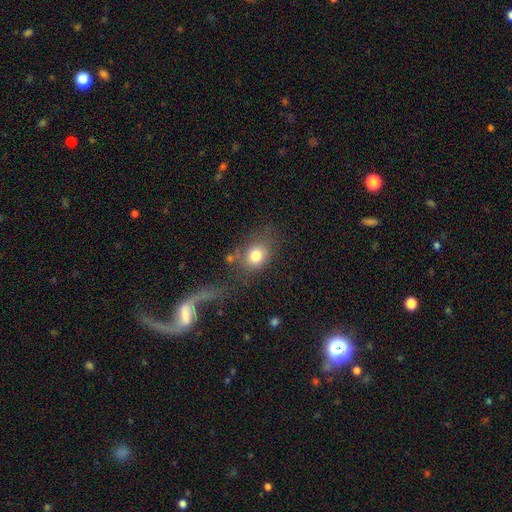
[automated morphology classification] type=smooth (79%); roundness=round (53%); merging=none (59%).